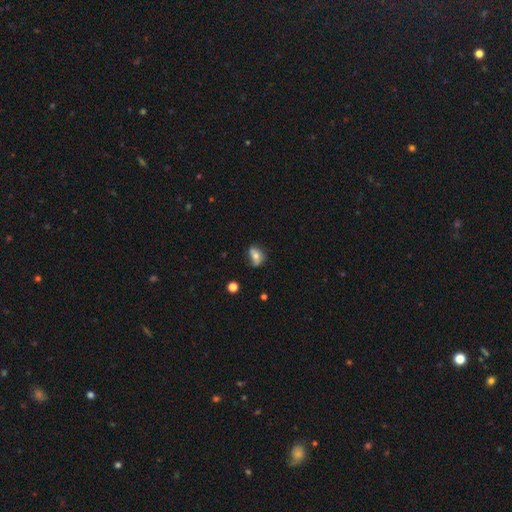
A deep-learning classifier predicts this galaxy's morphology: Smooth or featured? smooth (57%)
How rounded? in between (71%)
Merging? none (51%)